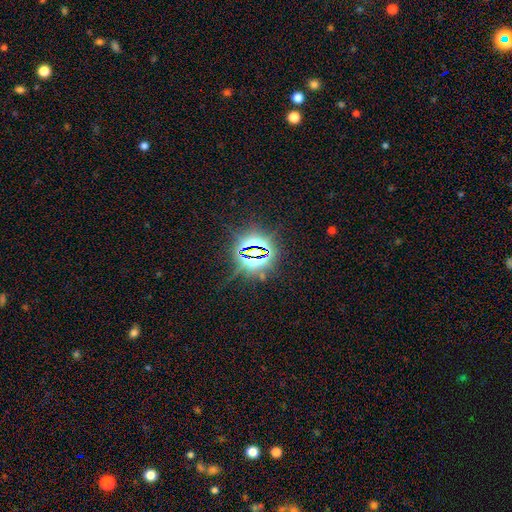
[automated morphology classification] Smooth or featured: star or artifact — 81% (smooth — 10%)